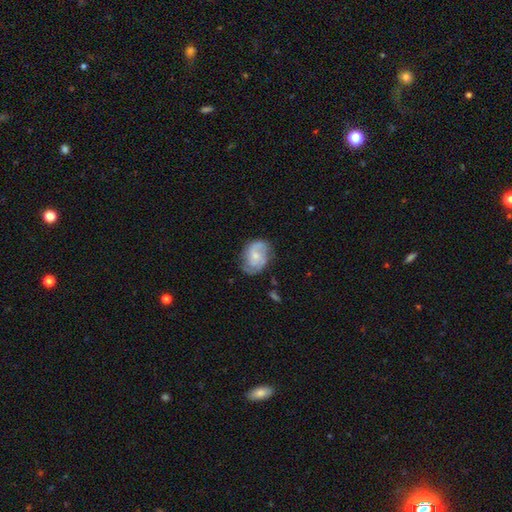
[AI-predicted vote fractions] smooth_or_featured: featured or disk (p=0.65) [alt: smooth p=0.29]
disk_edge_on: no (p=0.97) [alt: yes p=0.03]
bar: no (p=0.64) [alt: weak p=0.31]
has_spiral_arms: yes (p=0.87) [alt: no p=0.13]
spiral_winding: medium (p=0.45) [alt: tight p=0.34]
spiral_arm_count: 2 (p=0.65) [alt: can't tell p=0.19]
bulge_size: small (p=0.54) [alt: moderate p=0.38]
merging: none (p=0.65) [alt: minor disturbance p=0.25]